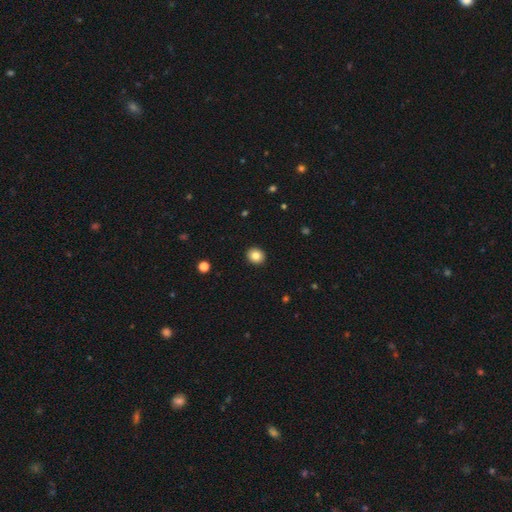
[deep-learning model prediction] A smooth galaxy with no disk features (84%) that is round (80%). Merging: none (92%).